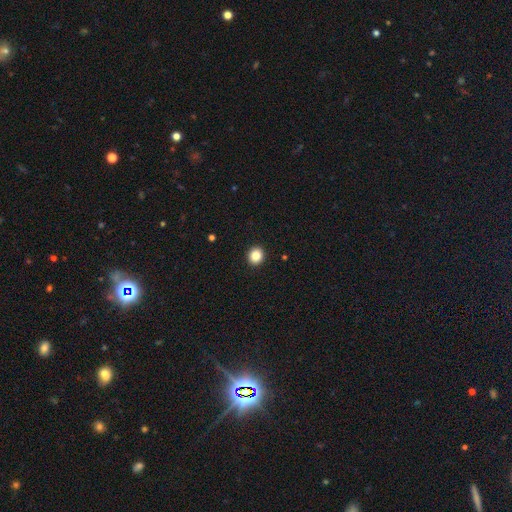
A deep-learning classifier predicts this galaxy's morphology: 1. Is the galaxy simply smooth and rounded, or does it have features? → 86% smooth, 10% star or artifact, 4% featured or disk.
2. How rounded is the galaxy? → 82% round, 17% in between, 1% cigar-shaped.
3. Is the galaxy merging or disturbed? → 93% none, 4% minor disturbance, 1% major disturbance, 1% merger.